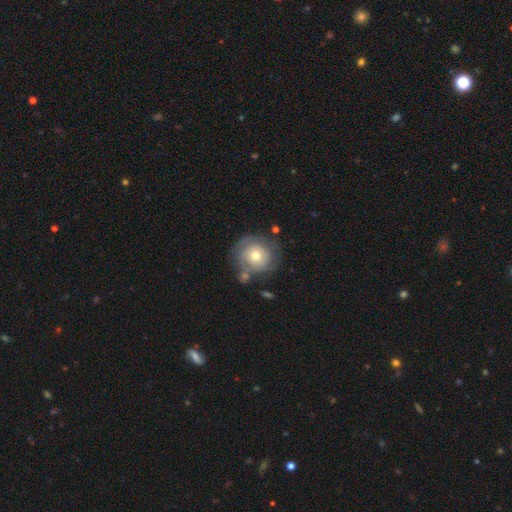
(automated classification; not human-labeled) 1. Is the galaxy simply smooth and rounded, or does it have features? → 49% featured or disk, 43% smooth, 7% star or artifact.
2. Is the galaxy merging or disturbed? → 62% none, 19% minor disturbance, 10% major disturbance, 9% merger.